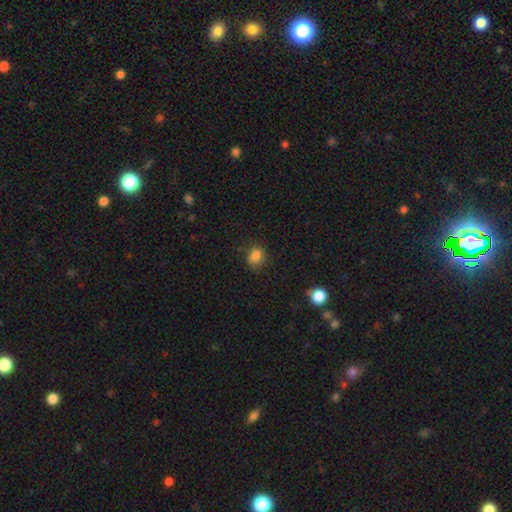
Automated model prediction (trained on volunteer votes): Smooth or featured?
  - smooth: 83% *
  - star or artifact: 12%
  - featured or disk: 5%
How rounded?
  - in between: 51% *
  - round: 47%
  - cigar-shaped: 1%
Merging?
  - none: 73% *
  - minor disturbance: 20%
  - major disturbance: 5%
  - merger: 2%